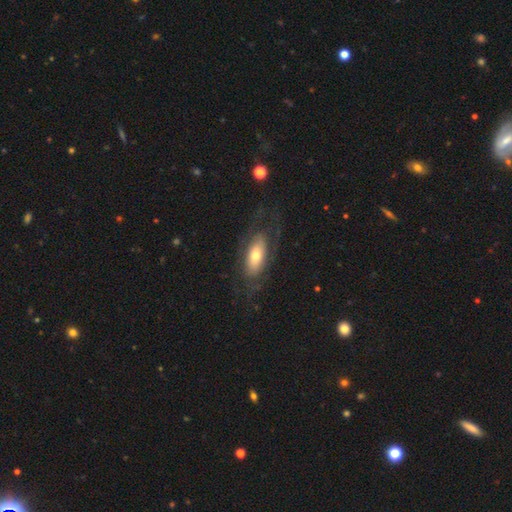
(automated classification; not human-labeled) smooth-or-featured: smooth: 48% | featured or disk: 46% | star or artifact: 6%
  merging: none: 66% | minor disturbance: 17% | major disturbance: 16% | merger: 1%